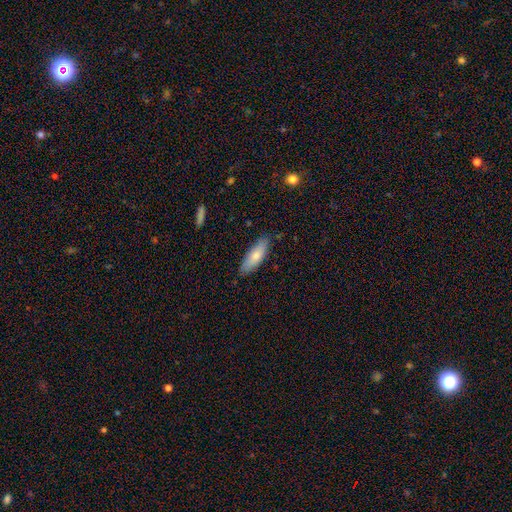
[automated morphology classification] A smooth galaxy with no disk features (73%) that is in between round and cigar-shaped (56%). Merging: none (82%).